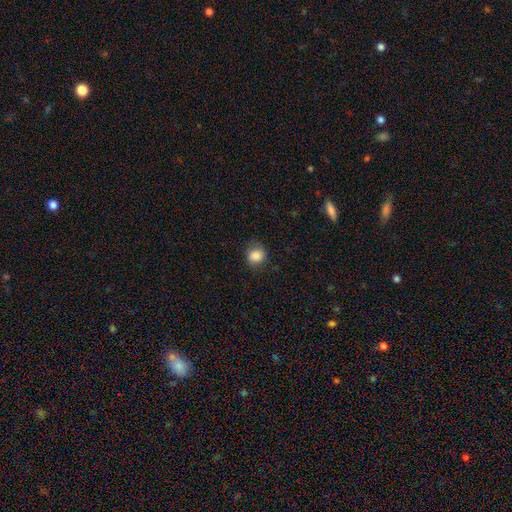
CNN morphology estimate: A smooth galaxy with no disk features (86%) that is round (78%). Merging: none (76%).